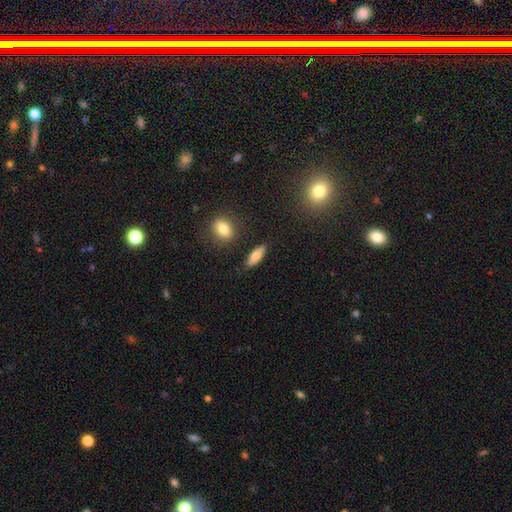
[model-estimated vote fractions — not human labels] The model was most divided on "how rounded": in between: 68%, cigar-shaped: 29%, round: 4%. More confident: merging — none (83%); smooth or featured — smooth (77%).